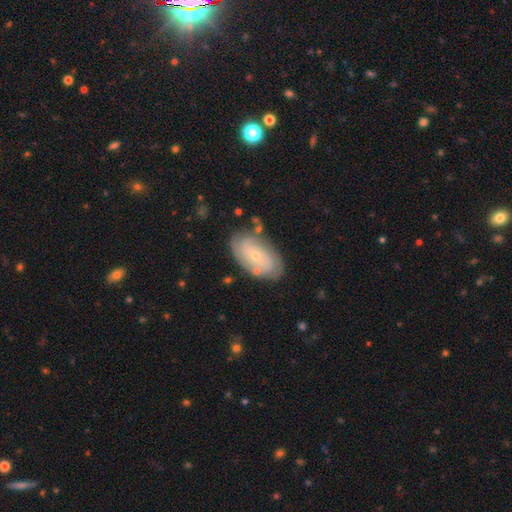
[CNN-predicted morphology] smooth-or-featured: featured or disk: 65% | smooth: 28% | star or artifact: 7%
  disk-edge-on: no: 94% | yes: 6%
    bar: no: 80% | weak: 16% | strong: 3%
    has-spiral-arms: yes: 77% | no: 23%
    bulge-size: small: 78% | moderate: 19% | none: 1% | large: 1% | dominant: 1%
  merging: none: 75% | minor disturbance: 16% | major disturbance: 4% | merger: 4%